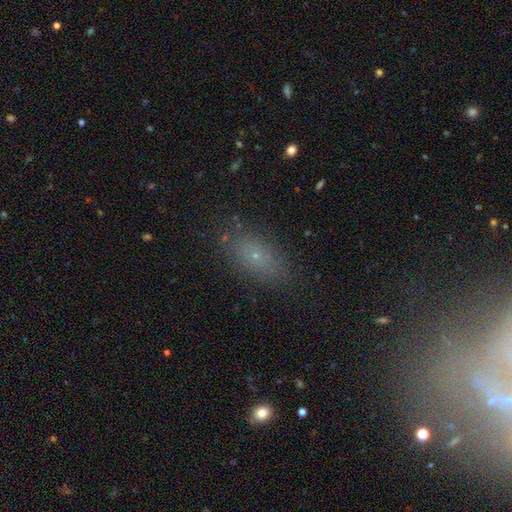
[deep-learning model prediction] Smooth or featured? smooth (66%)
How rounded? in between (81%)
Merging? none (81%)